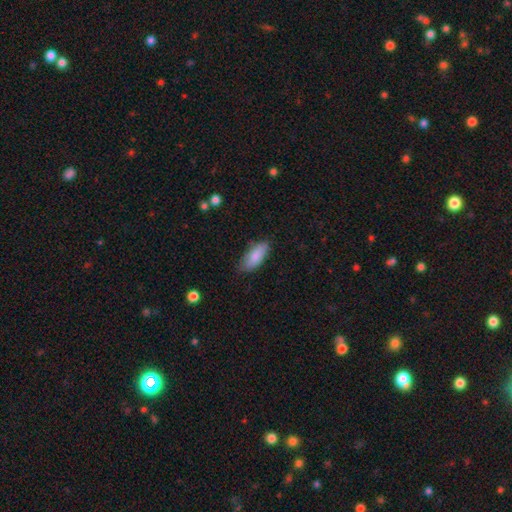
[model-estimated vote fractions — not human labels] Q: Smooth or featured?
A: smooth (85%); runner-up: featured or disk (9%)
Q: How rounded?
A: in between (81%); runner-up: cigar-shaped (18%)
Q: Merging?
A: none (78%); runner-up: minor disturbance (18%)